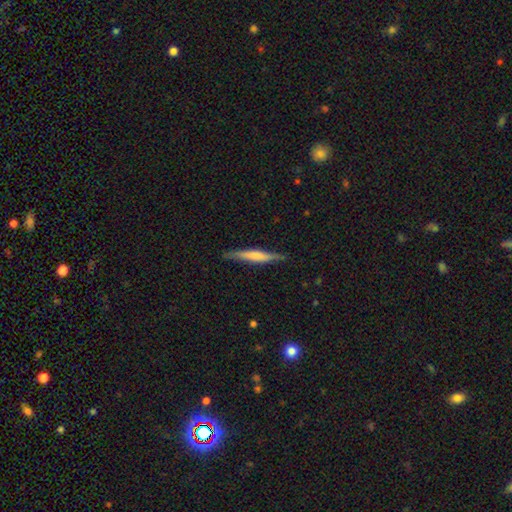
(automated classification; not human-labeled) This is possibly a smooth galaxy (49%). Merging: clearly none (86%).